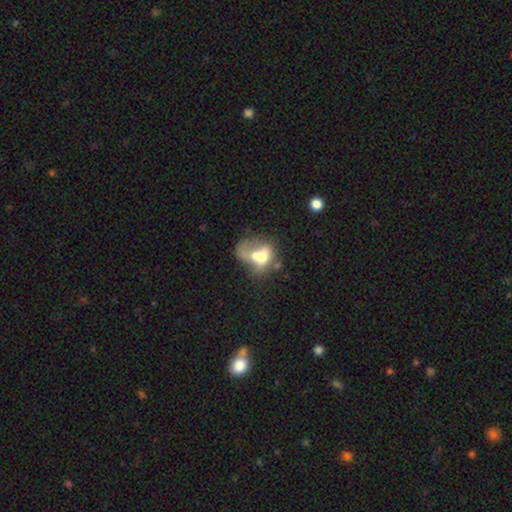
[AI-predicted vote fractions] Morphology: type=smooth (56%); roundness=in between (65%); merging=merger (49%).